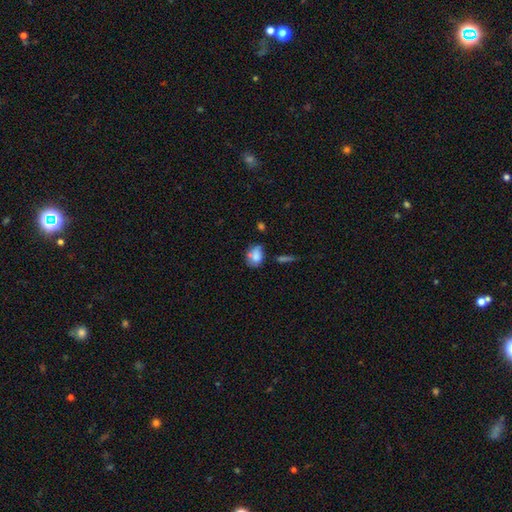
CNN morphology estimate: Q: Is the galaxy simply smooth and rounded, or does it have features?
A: smooth — 76%.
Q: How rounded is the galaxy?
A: in between — 62%.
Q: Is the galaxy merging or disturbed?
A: none — 50%.